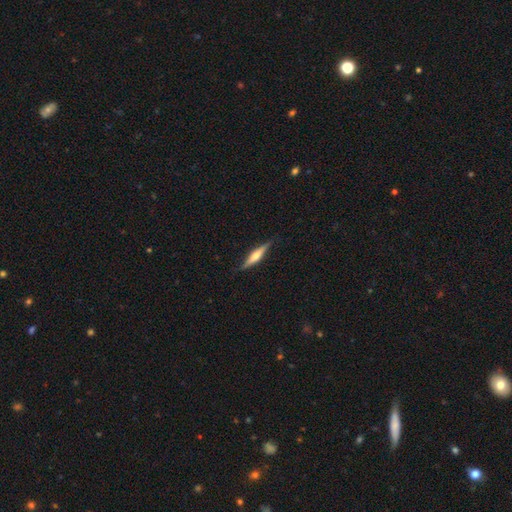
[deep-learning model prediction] Smooth or featured?
  - featured or disk: 61% *
  - smooth: 34%
  - star or artifact: 6%
Edge-on disk?
  - yes: 97% *
  - no: 3%
Edge-on bulge?
  - rounded: 79% *
  - boxy: 13%
  - none: 8%
Merging?
  - none: 87% *
  - minor disturbance: 10%
  - major disturbance: 2%
  - merger: 1%